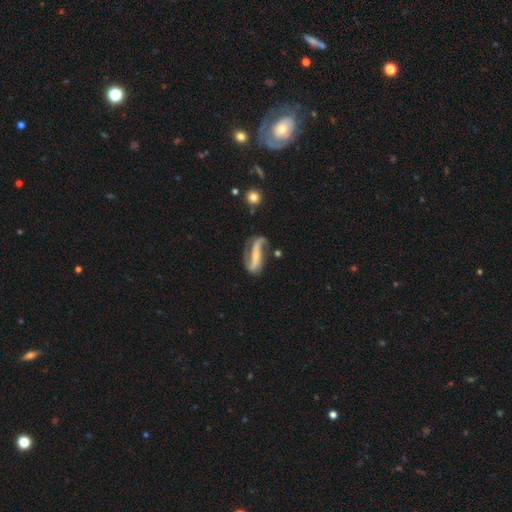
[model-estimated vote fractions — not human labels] This is clearly a featured or disk galaxy (82%). It is clearly not viewed edge-on (89%). Bar: possibly strong (54%). Spiral arm pattern: clearly yes (93%). Spiral arm count: clearly 2 (87%). Spiral winding: likely loose (64%). Central bulge: possibly small (53%). Merging: possibly none (56%).